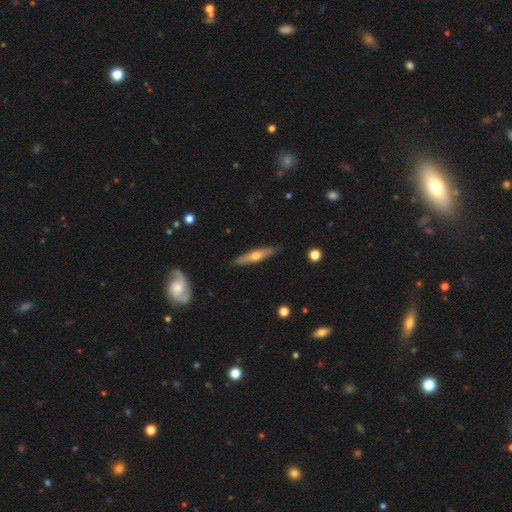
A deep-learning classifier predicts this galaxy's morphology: featured or disk 52%, smooth 42%, star or artifact 6%. Down the decision tree: edge-on disk — yes (91%); merging — none (88%).